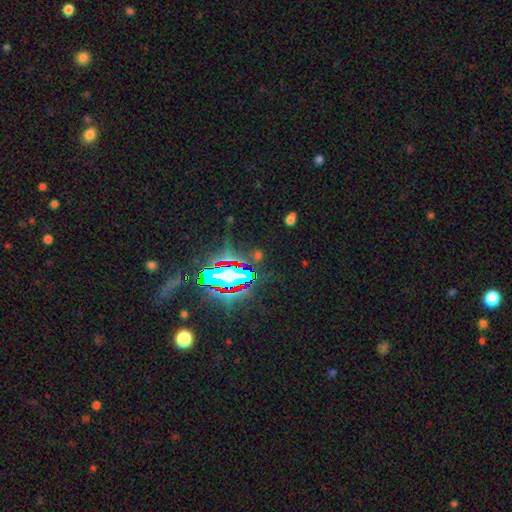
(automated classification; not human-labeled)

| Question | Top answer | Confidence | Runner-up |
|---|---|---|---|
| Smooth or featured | star or artifact | 76% | smooth (13%) |